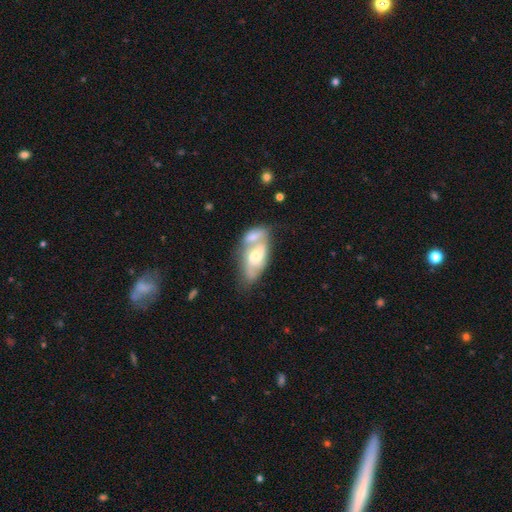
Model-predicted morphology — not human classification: This appears to be a featured or disk galaxy (60%) with no bar (56%), spiral arms (71%) and a moderate central bulge (61%). Merging: merger (58%).